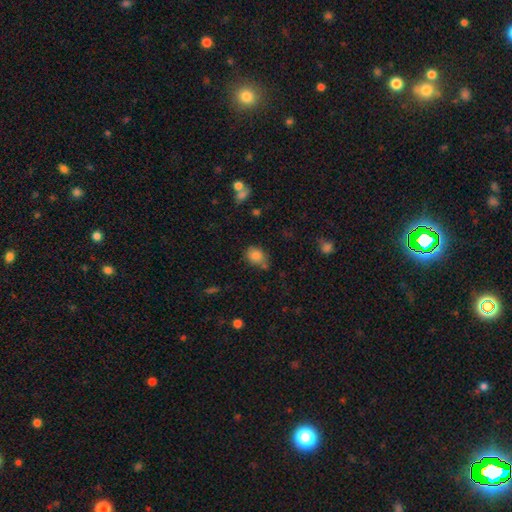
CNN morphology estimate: Smooth or featured? Predicted: smooth (p=0.82). How rounded? Predicted: round (p=0.53). Merging? Predicted: none (p=0.63).